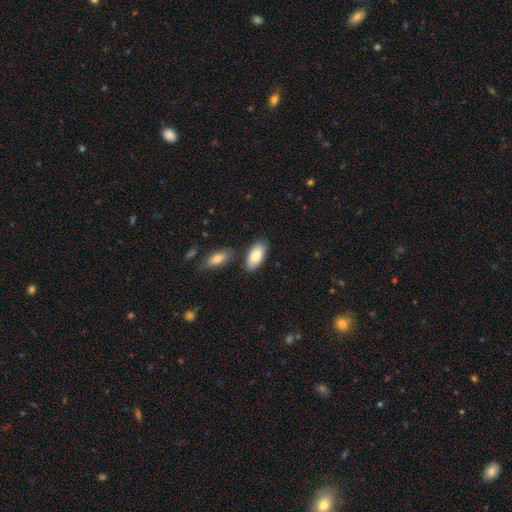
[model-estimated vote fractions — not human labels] Morphology: type=smooth (83%); roundness=in between (93%); merging=none (77%).